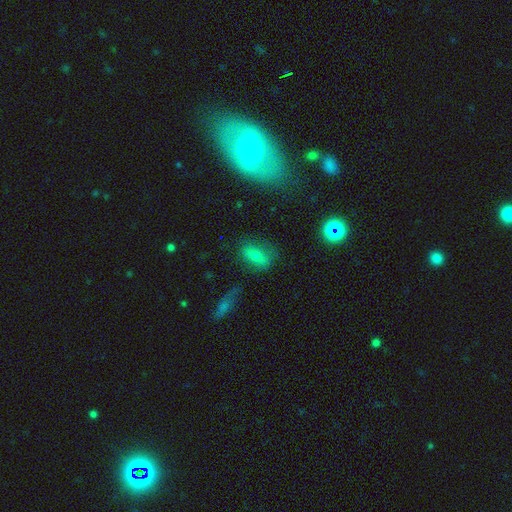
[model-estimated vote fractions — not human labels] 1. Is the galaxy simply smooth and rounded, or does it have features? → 62% smooth, 21% featured or disk, 17% star or artifact.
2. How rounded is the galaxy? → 78% in between, 15% round, 7% cigar-shaped.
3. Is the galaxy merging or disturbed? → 71% none, 18% minor disturbance, 8% major disturbance, 3% merger.